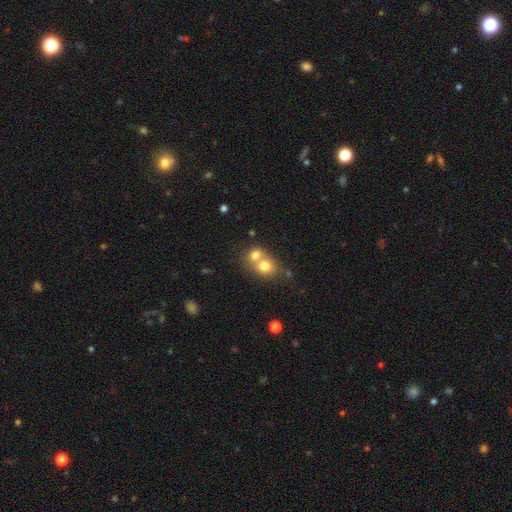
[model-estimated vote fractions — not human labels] smooth 64%, star or artifact 18%, featured or disk 18%. Down the decision tree: how rounded — round (72%); merging — merger (56%).